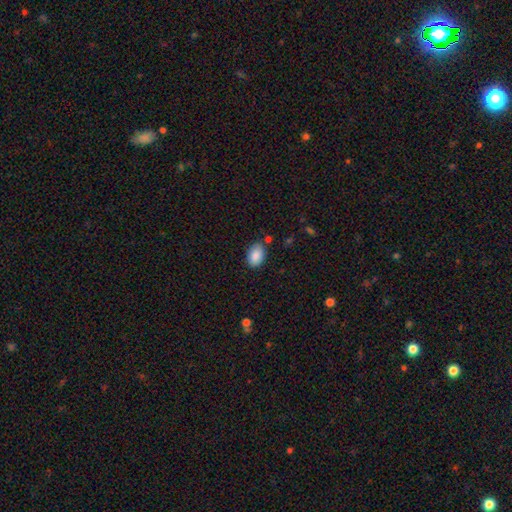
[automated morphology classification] Smooth or featured?
  - smooth: 88% *
  - star or artifact: 7%
  - featured or disk: 5%
How rounded?
  - in between: 87% *
  - round: 12%
  - cigar-shaped: 1%
Merging?
  - none: 80% *
  - minor disturbance: 14%
  - merger: 4%
  - major disturbance: 3%